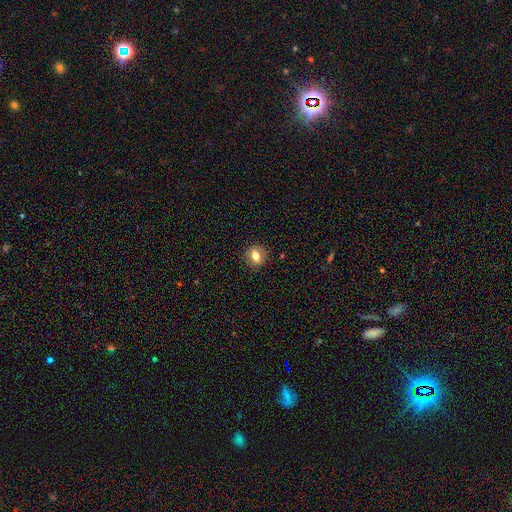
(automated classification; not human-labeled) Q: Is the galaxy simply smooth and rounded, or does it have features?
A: smooth — 74%.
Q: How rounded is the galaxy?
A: round — 58%.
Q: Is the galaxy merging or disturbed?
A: none — 86%.